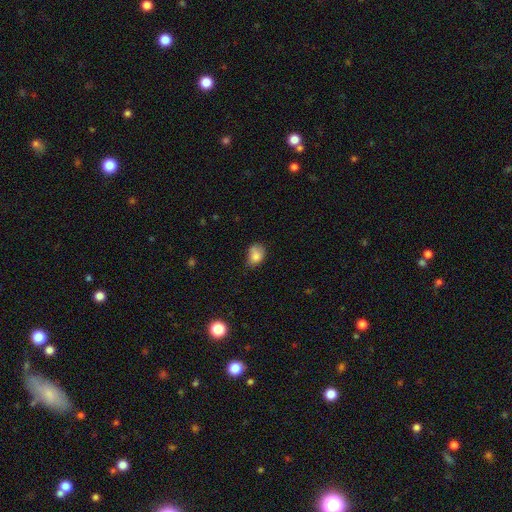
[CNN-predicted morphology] smooth-or-featured: smooth: 81% | star or artifact: 10% | featured or disk: 9%
  how-rounded: in between: 67% | round: 32% | cigar-shaped: 1%
  merging: none: 49% | minor disturbance: 36% | major disturbance: 10% | merger: 5%